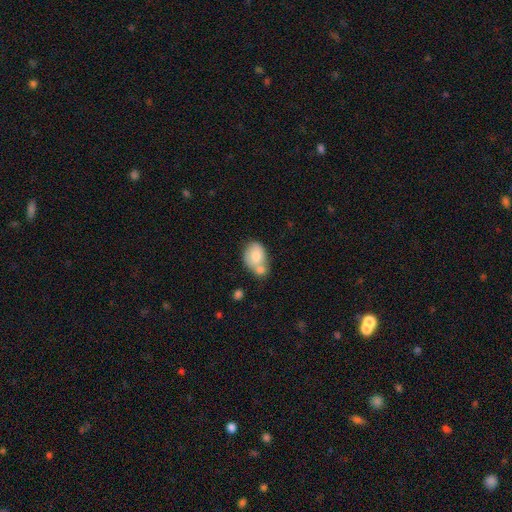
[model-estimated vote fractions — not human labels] A smooth galaxy with no disk features (76%) that is in between round and cigar-shaped (72%). Merging: merger (52%).